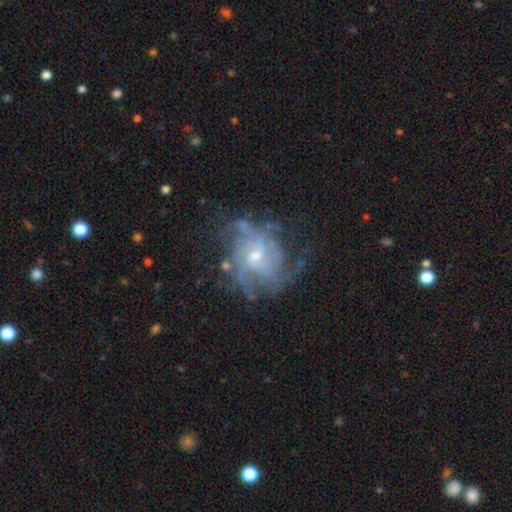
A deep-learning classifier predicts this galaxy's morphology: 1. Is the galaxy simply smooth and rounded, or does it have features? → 83% featured or disk, 9% star or artifact, 9% smooth.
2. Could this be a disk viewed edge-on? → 97% no, 3% yes.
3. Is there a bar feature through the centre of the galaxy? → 56% no, 38% weak, 6% strong.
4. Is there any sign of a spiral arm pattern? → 90% yes, 10% no.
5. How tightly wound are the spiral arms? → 42% medium, 39% tight, 19% loose.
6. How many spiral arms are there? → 36% can't tell, 20% 4, 17% 3, 12% 2, 9% more than 4, 6% 1.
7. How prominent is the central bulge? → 59% small, 35% moderate, 3% none, 2% large, 1% dominant.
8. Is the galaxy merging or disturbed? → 61% none, 20% minor disturbance, 17% major disturbance, 2% merger.